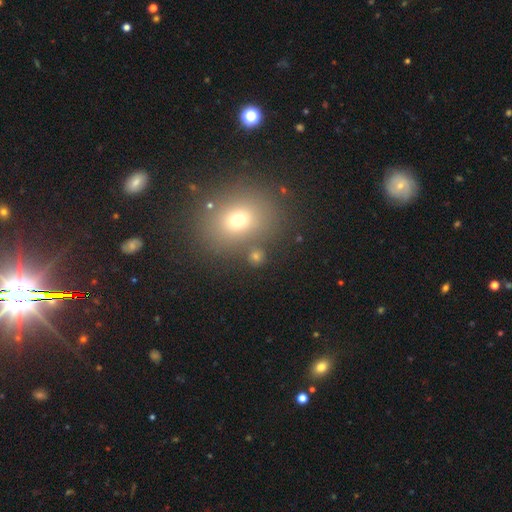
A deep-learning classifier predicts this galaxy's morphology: A smooth galaxy with no disk features (68%) that is round (65%).

Vote fractions:
- Smooth or featured? smooth: 68% / star or artifact: 20% / featured or disk: 12%
- How rounded? round: 65% / in between: 34% / cigar-shaped: 2%
- Merging? none: 76% / minor disturbance: 10% / merger: 10% / major disturbance: 5%